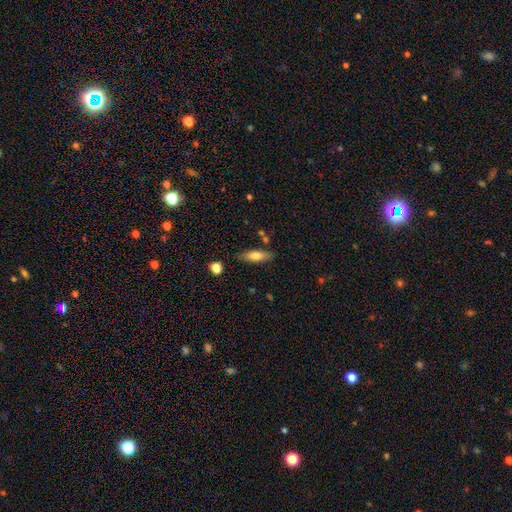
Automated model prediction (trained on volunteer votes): Smooth or featured?
  - smooth: 73% *
  - featured or disk: 20%
  - star or artifact: 7%
How rounded?
  - in between: 58% *
  - cigar-shaped: 39%
  - round: 2%
Merging?
  - none: 78% *
  - minor disturbance: 14%
  - merger: 4%
  - major disturbance: 3%